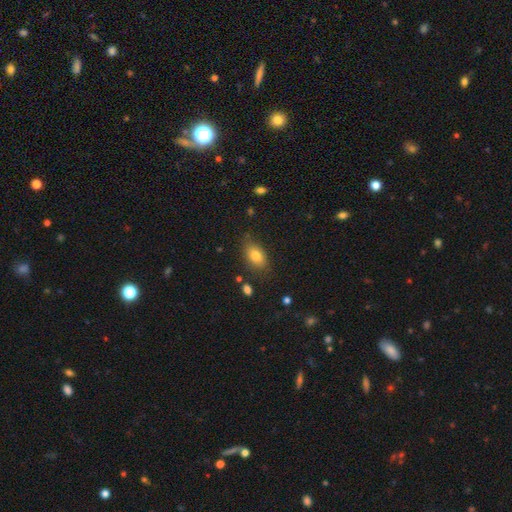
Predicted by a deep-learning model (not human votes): smooth 79%, featured or disk 12%, star or artifact 9%. Down the decision tree: how rounded — in between (86%); merging — none (78%).